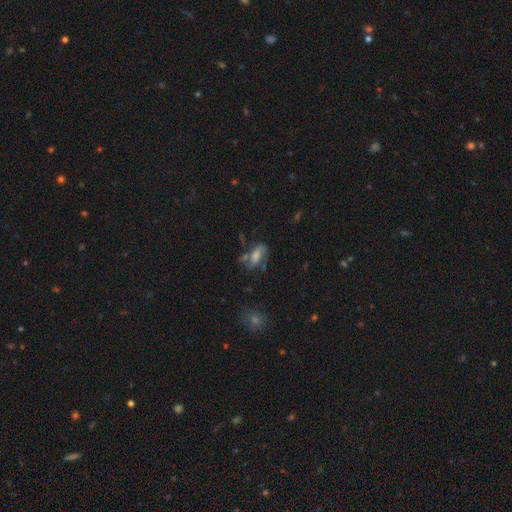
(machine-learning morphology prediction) The model was most divided on "smooth or featured": smooth: 49%, featured or disk: 41%, star or artifact: 11%. Remaining: merging — none (41%).